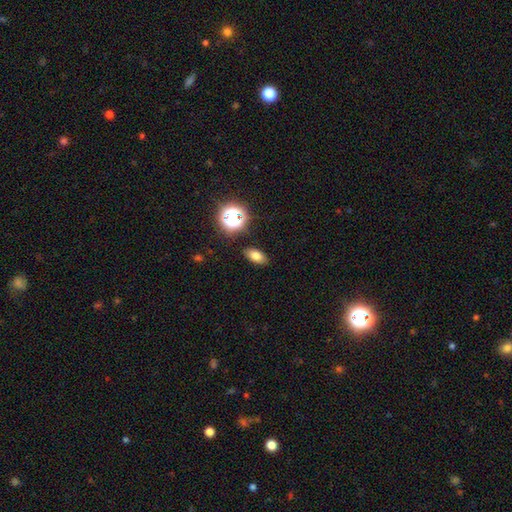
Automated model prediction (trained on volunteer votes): Smooth or featured? smooth (75%)
How rounded? in between (86%)
Merging? none (87%)